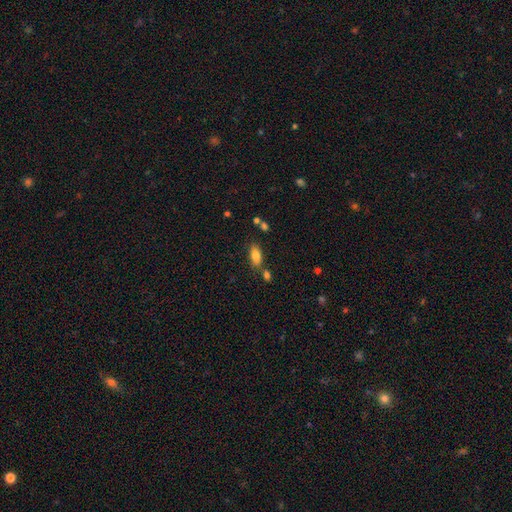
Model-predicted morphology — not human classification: type=smooth (82%); roundness=in between (88%); merging=none (70%).